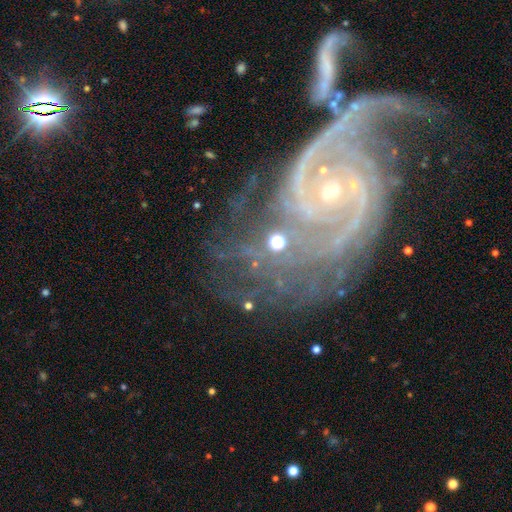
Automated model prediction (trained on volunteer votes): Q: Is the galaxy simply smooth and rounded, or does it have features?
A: featured or disk — 81%.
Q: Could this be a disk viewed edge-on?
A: no — 97%.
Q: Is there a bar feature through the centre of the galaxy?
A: no — 68%.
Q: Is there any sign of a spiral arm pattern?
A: yes — 95%.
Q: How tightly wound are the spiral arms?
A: tight — 64%.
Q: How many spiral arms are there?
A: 2 — 26%.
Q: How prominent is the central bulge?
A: small — 73%.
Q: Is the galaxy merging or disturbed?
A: none — 60%.